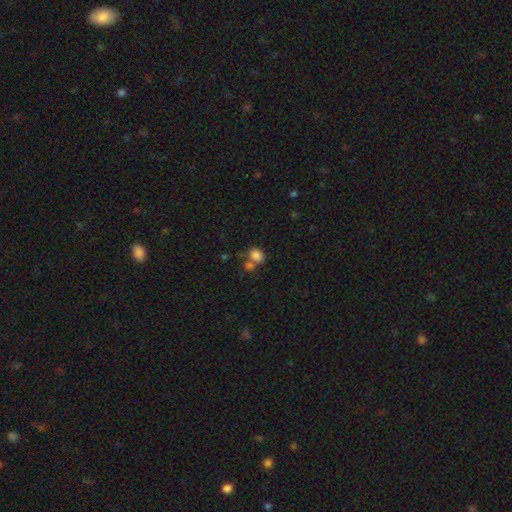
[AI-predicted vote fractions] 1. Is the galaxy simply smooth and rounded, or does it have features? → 81% smooth, 11% star or artifact, 7% featured or disk.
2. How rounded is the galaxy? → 52% in between, 47% round, 1% cigar-shaped.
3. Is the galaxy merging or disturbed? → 42% none, 41% merger, 12% minor disturbance, 5% major disturbance.